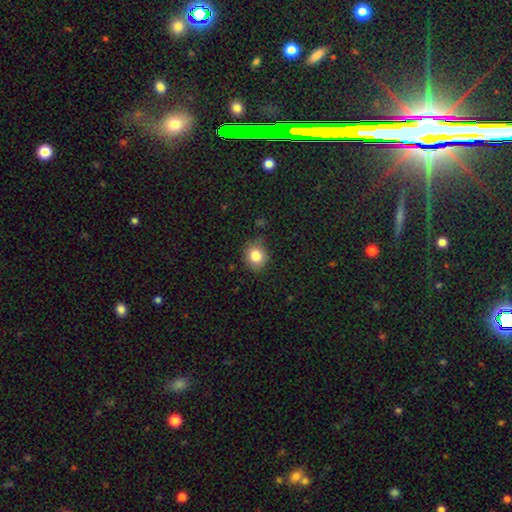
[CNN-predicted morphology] Smooth or featured? smooth (83%)
How rounded? round (74%)
Merging? none (80%)